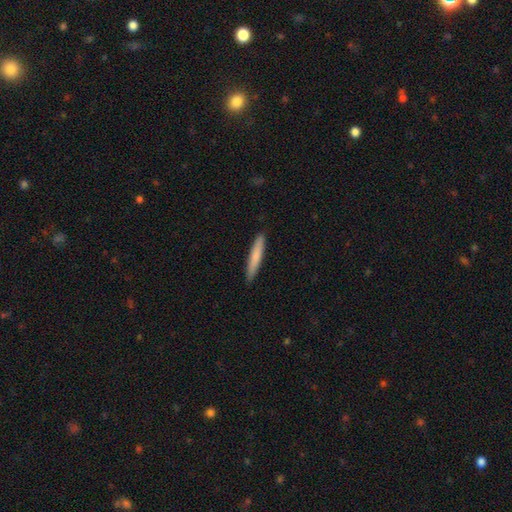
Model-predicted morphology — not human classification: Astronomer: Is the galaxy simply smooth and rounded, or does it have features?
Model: smooth — 77%.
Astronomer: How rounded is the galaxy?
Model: cigar-shaped — 94%.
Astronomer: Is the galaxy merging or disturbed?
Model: none — 91%.